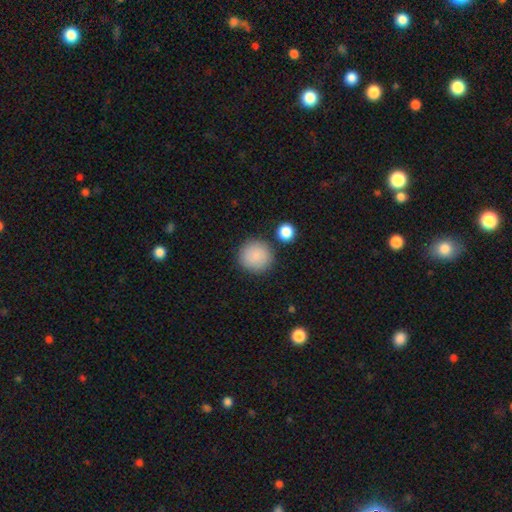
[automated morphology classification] Smooth or featured?
  - smooth: 87% *
  - star or artifact: 7%
  - featured or disk: 6%
How rounded?
  - round: 94% *
  - in between: 5%
  - cigar-shaped: 1%
Merging?
  - none: 83% *
  - minor disturbance: 8%
  - merger: 5%
  - major disturbance: 3%